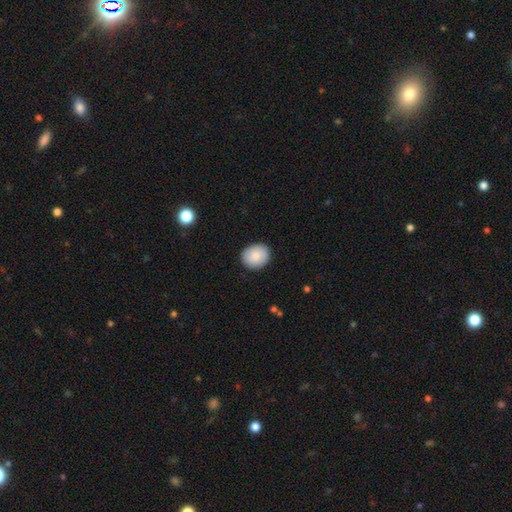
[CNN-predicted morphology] This appears to be a smooth galaxy with no disk features (86%) that is round (64%). Merging: none (89%).